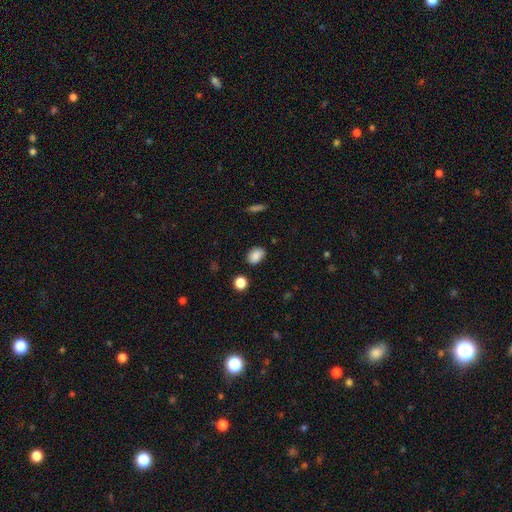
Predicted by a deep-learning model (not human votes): Smooth or featured? smooth (86%)
How rounded? in between (77%)
Merging? none (82%)